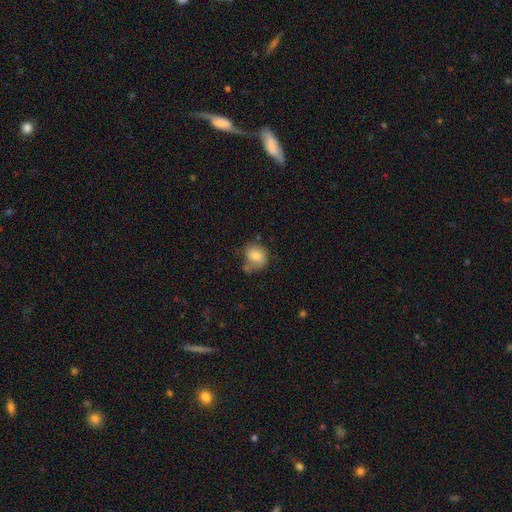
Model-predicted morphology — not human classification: Overall: smooth (74%). How rounded: round (69%; in between 30%). Merging: none (51%; minor disturbance 26%).